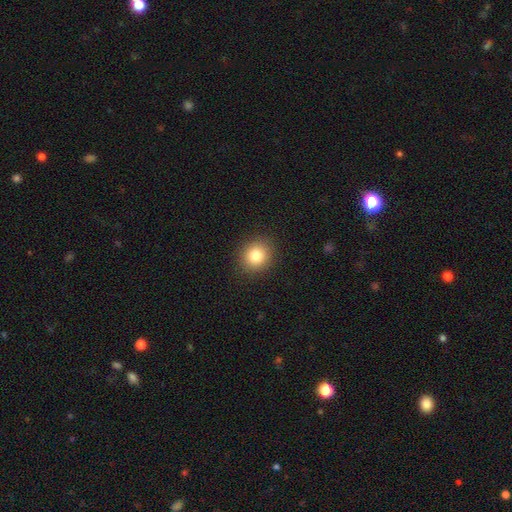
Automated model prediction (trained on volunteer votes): smooth 82%, star or artifact 11%, featured or disk 7%. Down the decision tree: how rounded — round (79%); merging — none (90%).